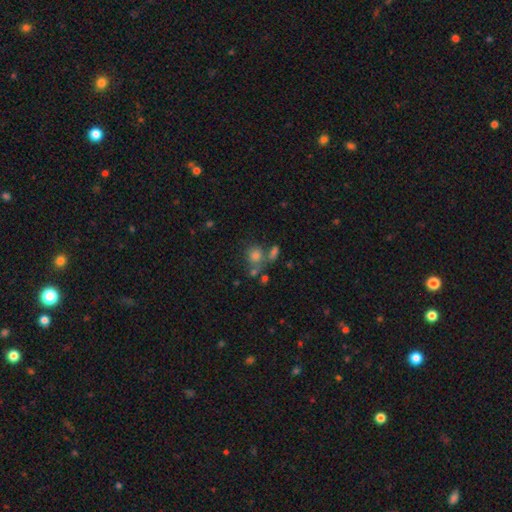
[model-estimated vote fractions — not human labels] The model was most divided on "merging": none: 53%, merger: 27%, minor disturbance: 12%, major disturbance: 8%. More confident: how rounded — round (76%); smooth or featured — smooth (70%).